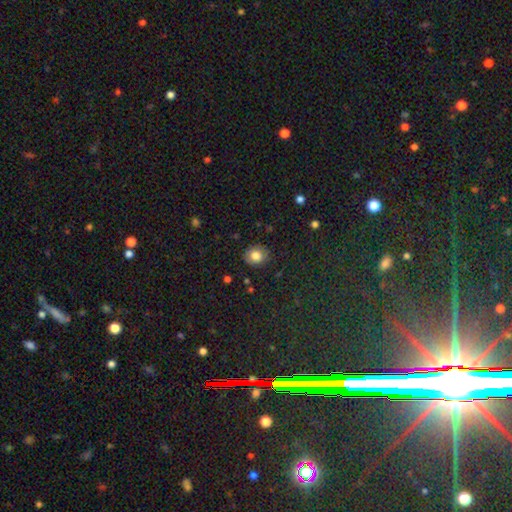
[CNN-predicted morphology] The model was most divided on "how rounded": round: 69%, in between: 30%, cigar-shaped: 1%. More confident: merging — none (87%); smooth or featured — smooth (81%).